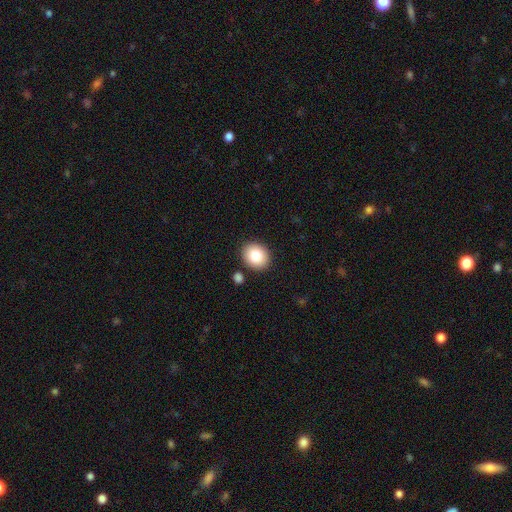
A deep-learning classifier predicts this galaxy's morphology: This is clearly a smooth galaxy (83%). How rounded: likely round (62%). Merging: clearly none (87%).